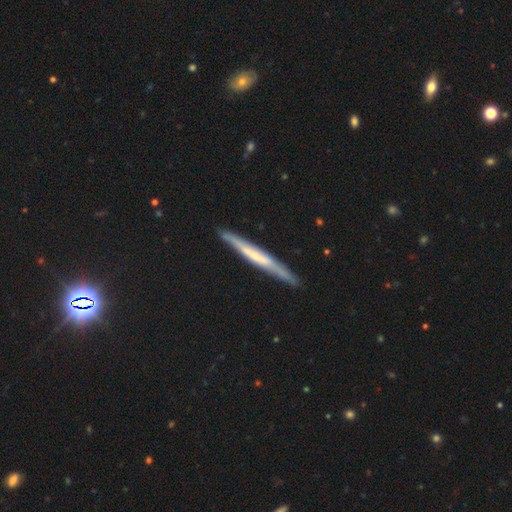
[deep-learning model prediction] smooth-or-featured: featured or disk: 61% | smooth: 34% | star or artifact: 6%
  disk-edge-on: yes: 92% | no: 8%
    edge-on-bulge: none: 62% | rounded: 22% | boxy: 16%
  merging: none: 87% | minor disturbance: 10% | major disturbance: 2% | merger: 1%